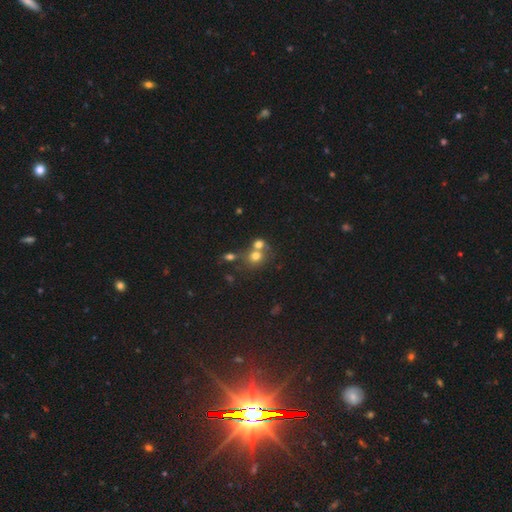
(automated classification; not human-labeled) smooth_or_featured: smooth (p=0.70) [alt: star or artifact p=0.15]
how_rounded: round (p=0.76) [alt: in between p=0.23]
merging: merger (p=0.47) [alt: none p=0.41]